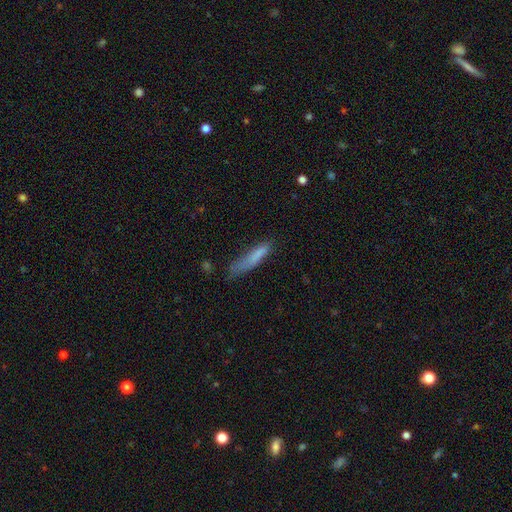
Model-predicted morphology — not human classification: type=smooth (76%); roundness=cigar-shaped (85%); merging=none (50%).